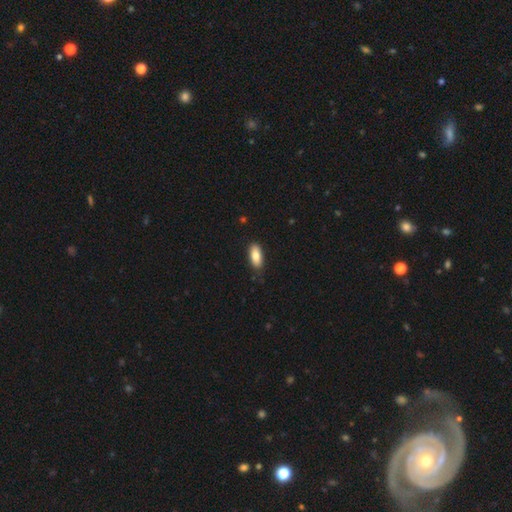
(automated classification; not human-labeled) A smooth galaxy with no disk features (83%) that is in between round and cigar-shaped (84%). Merging: none (84%).